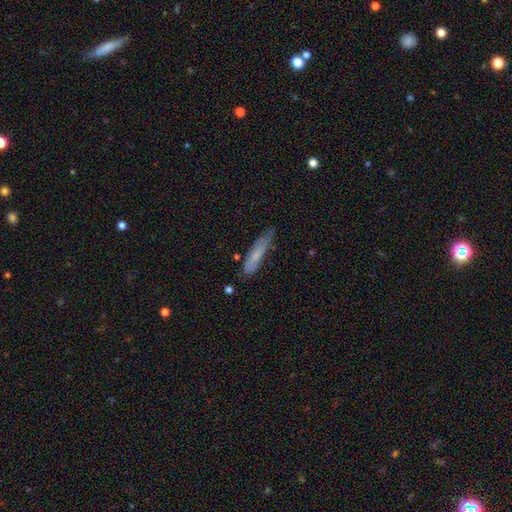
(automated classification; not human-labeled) The model was most divided on "smooth or featured": smooth: 63%, featured or disk: 30%, star or artifact: 7%. More confident: how rounded — cigar-shaped (78%); merging — none (64%).